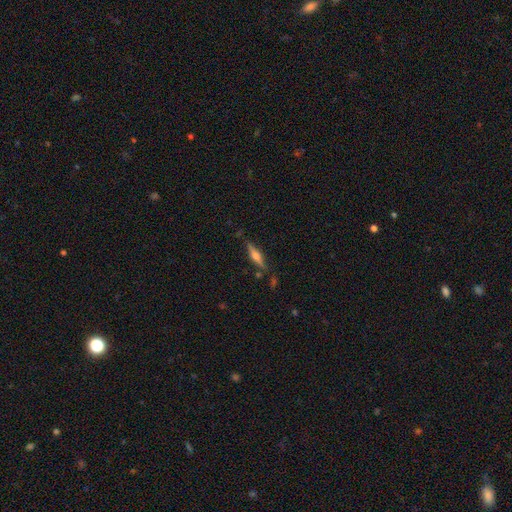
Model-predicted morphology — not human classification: Q: Smooth or featured?
A: featured or disk (66%); runner-up: smooth (27%)
Q: Edge-on disk?
A: yes (96%); runner-up: no (4%)
Q: Edge-on bulge?
A: rounded (84%); runner-up: boxy (12%)
Q: Merging?
A: none (81%); runner-up: minor disturbance (13%)